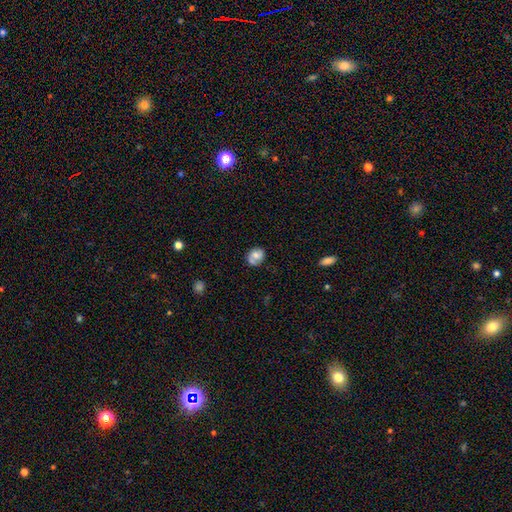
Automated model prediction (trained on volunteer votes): Q: Smooth or featured?
A: smooth (55%); runner-up: featured or disk (36%)
Q: How rounded?
A: round (57%); runner-up: in between (42%)
Q: Merging?
A: none (59%); runner-up: minor disturbance (23%)